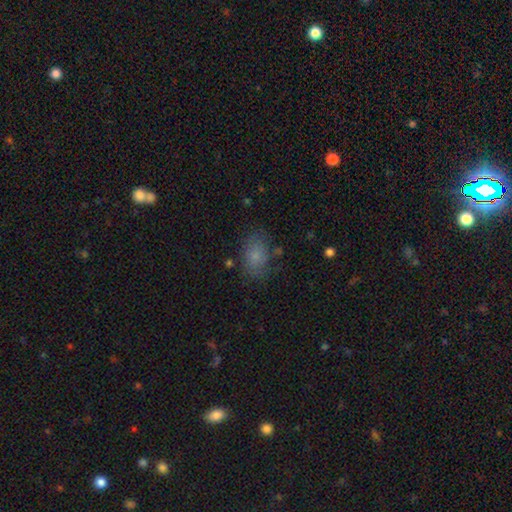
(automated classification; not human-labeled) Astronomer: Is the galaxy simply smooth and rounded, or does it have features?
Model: smooth — 74%.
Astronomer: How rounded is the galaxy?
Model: in between — 80%.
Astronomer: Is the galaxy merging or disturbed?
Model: none — 69%.